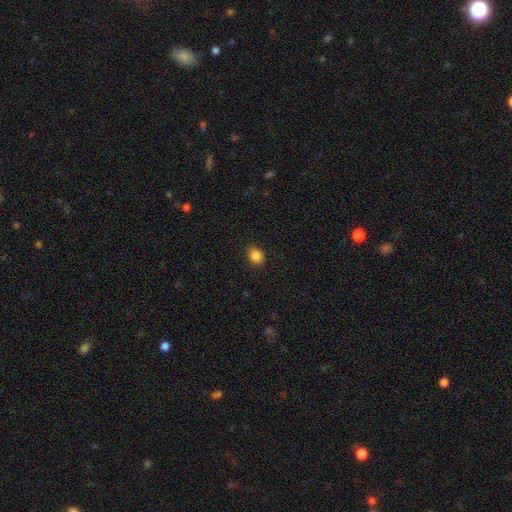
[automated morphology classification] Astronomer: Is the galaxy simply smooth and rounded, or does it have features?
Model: smooth — 86%.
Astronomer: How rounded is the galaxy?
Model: round — 57% (runner-up: in between, 42%).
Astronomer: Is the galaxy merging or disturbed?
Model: none — 86%.